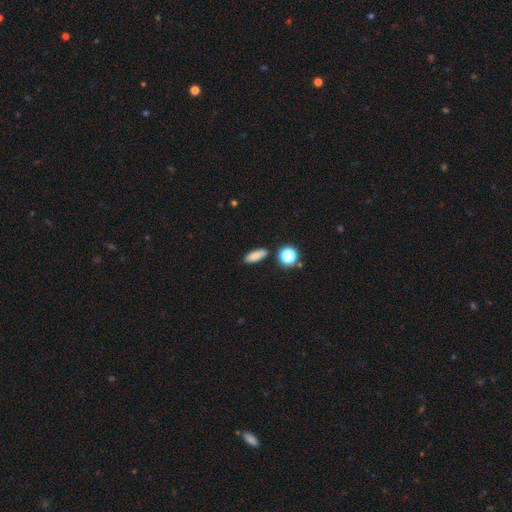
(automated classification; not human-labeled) Q: Smooth or featured?
A: smooth (82%); runner-up: star or artifact (11%)
Q: How rounded?
A: in between (65%); runner-up: cigar-shaped (28%)
Q: Merging?
A: none (85%); runner-up: minor disturbance (9%)